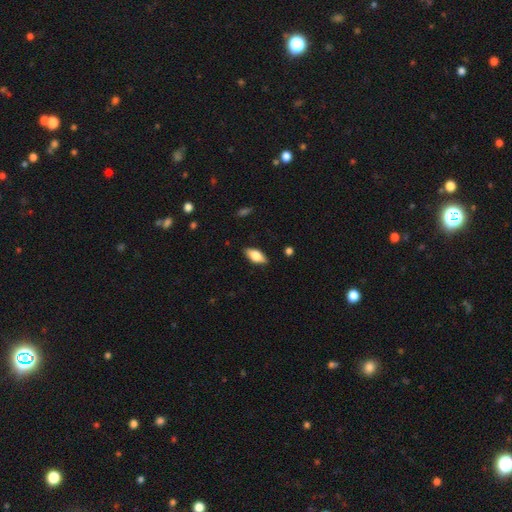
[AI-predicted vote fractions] smooth 70%, featured or disk 24%, star or artifact 7%. Down the decision tree: how rounded — in between (85%); merging — none (86%).